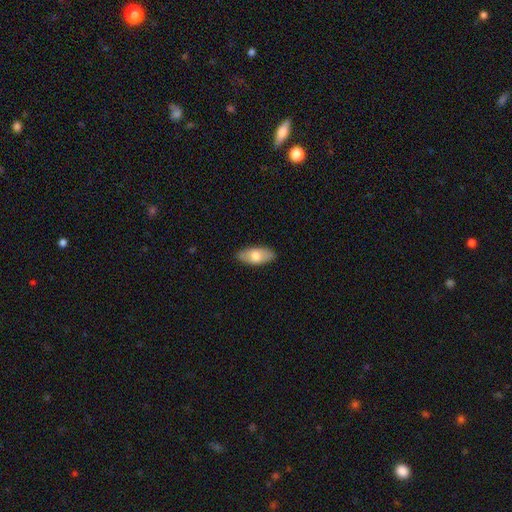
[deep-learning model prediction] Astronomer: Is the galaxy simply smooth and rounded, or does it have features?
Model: smooth — 72%.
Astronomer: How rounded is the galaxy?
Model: in between — 87%.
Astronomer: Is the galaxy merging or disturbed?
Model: none — 87%.